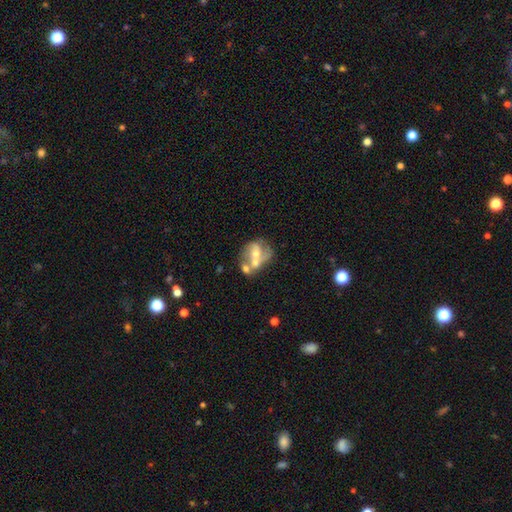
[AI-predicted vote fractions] Smooth or featured? featured or disk (63%)
Edge-on disk? no (97%)
Bar? no (58%)
Spiral arms? yes (61%)
Bulge size? moderate (56%)
Merging? merger (50%)